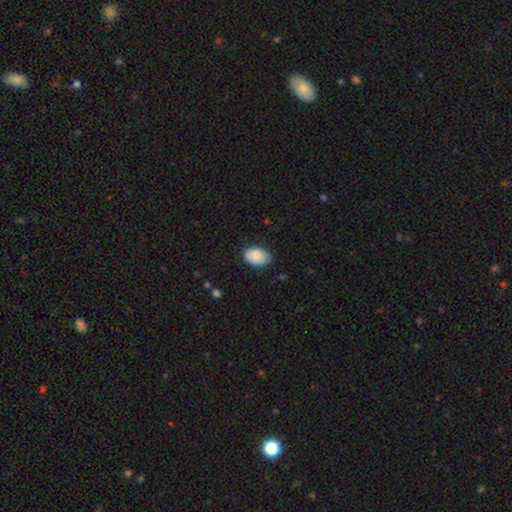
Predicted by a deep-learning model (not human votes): smooth_or_featured: smooth (p=0.86) [alt: featured or disk p=0.07]
how_rounded: in between (p=0.88) [alt: round p=0.11]
merging: none (p=0.73) [alt: minor disturbance p=0.22]